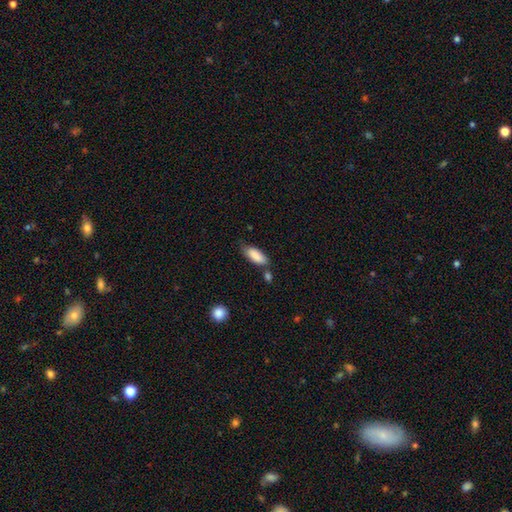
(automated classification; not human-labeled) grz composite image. It shows a smooth galaxy with no disk features (86%) that is in between round and cigar-shaped (79%). Merging: none (59%).